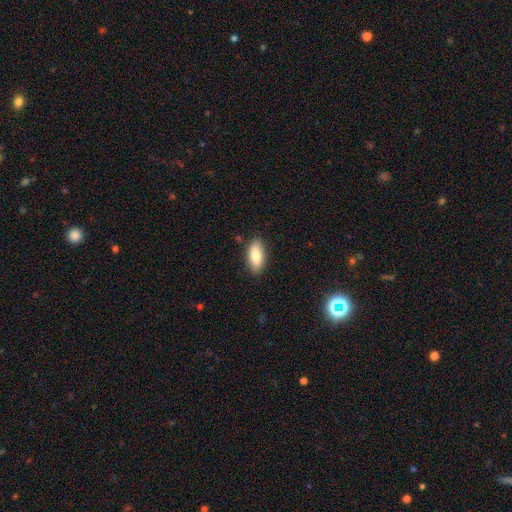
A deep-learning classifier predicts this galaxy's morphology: smooth 82%, featured or disk 12%, star or artifact 6%. Down the decision tree: how rounded — in between (83%); merging — none (86%).